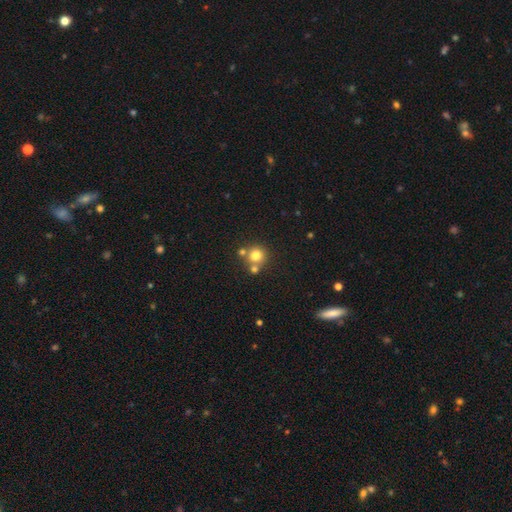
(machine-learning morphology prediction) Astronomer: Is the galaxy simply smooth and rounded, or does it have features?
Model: smooth — 76%.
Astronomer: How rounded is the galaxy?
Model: round — 90%.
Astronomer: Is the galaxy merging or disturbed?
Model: none — 58%.